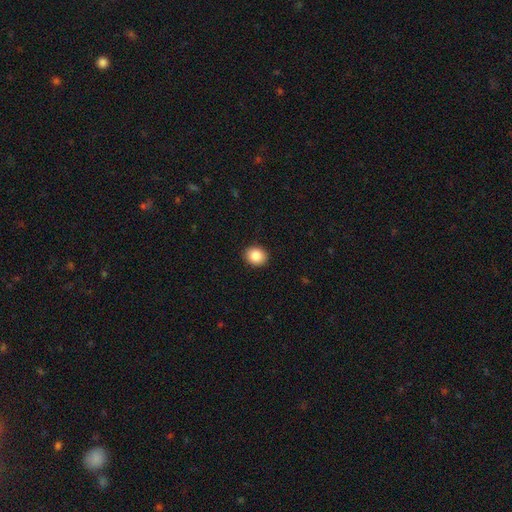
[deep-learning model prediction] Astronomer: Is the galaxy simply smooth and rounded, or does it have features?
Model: smooth — 86%.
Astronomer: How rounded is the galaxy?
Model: round — 65%.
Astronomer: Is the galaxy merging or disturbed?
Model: none — 92%.